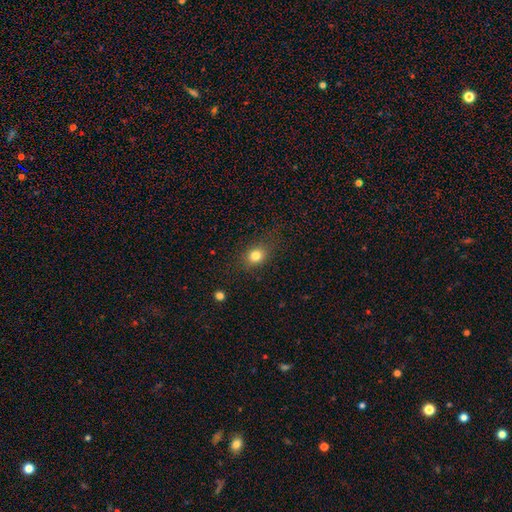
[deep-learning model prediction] The model was most divided on "how rounded": round: 61%, in between: 38%, cigar-shaped: 1%. More confident: smooth or featured — smooth (81%); merging — none (80%).